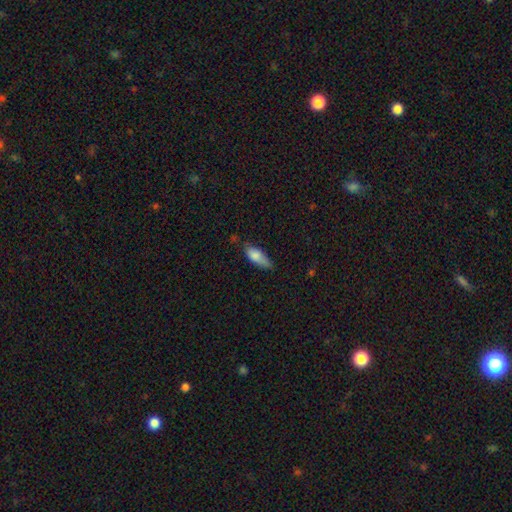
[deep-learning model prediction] Smooth or featured?
  - smooth: 79% *
  - featured or disk: 14%
  - star or artifact: 7%
How rounded?
  - in between: 71% *
  - cigar-shaped: 26%
  - round: 2%
Merging?
  - none: 54% *
  - minor disturbance: 35%
  - major disturbance: 8%
  - merger: 3%